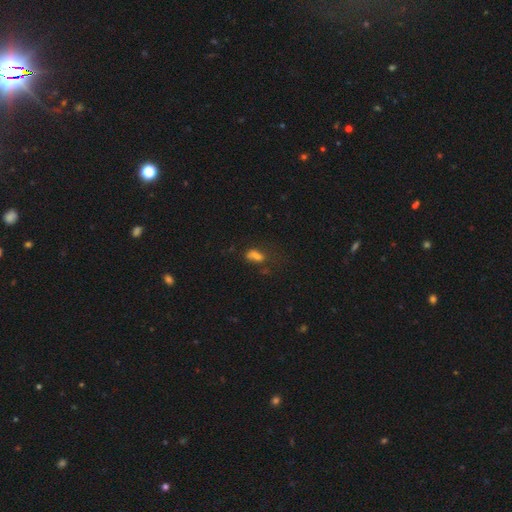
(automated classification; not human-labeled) The model was most divided on "merging": none: 35%, major disturbance: 23%, minor disturbance: 21%, merger: 21%. More confident: how rounded — in between (76%); smooth or featured — smooth (64%).